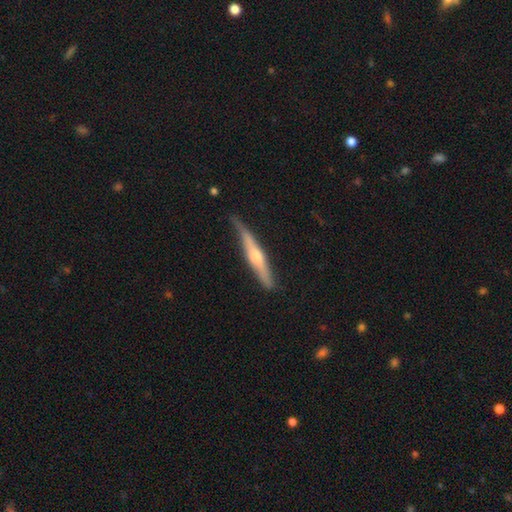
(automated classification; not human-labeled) Smooth or featured?
  - featured or disk: 62% *
  - smooth: 32%
  - star or artifact: 5%
Edge-on disk?
  - yes: 95% *
  - no: 5%
Edge-on bulge?
  - rounded: 80% *
  - none: 12%
  - boxy: 8%
Merging?
  - none: 72% *
  - minor disturbance: 22%
  - major disturbance: 4%
  - merger: 2%